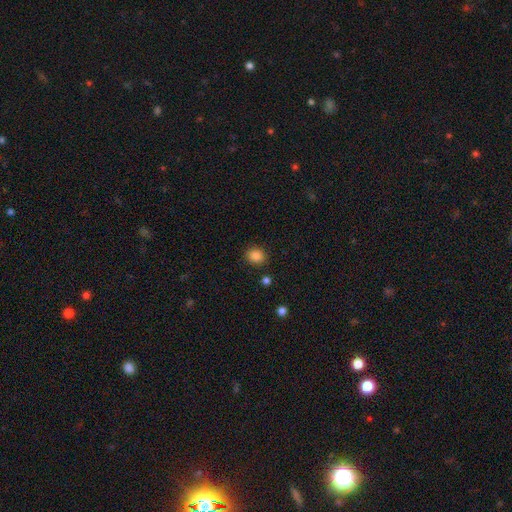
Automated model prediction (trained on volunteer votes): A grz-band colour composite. It shows a smooth galaxy with no disk features (86%) that is round (76%). Merging: none (87%).